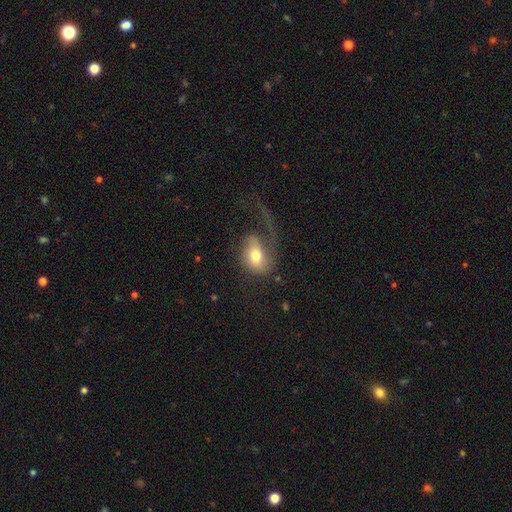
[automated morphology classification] Overall: smooth (58%; featured or disk 34%). How rounded: in between (70%). Merging: major disturbance (54%; none 27%).